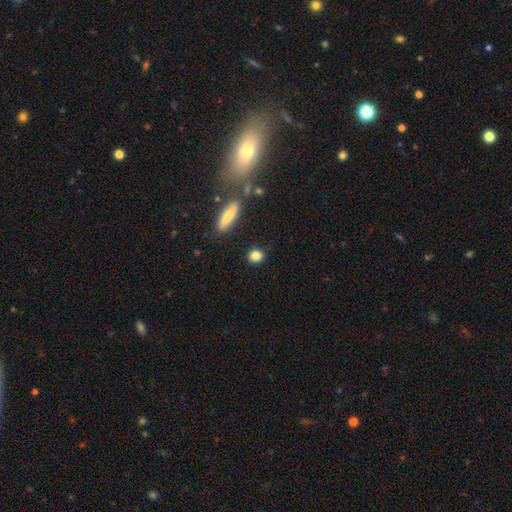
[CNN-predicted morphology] Smooth or featured?
  - smooth: 83% *
  - star or artifact: 10%
  - featured or disk: 7%
How rounded?
  - round: 60% *
  - in between: 36%
  - cigar-shaped: 5%
Merging?
  - none: 84% *
  - minor disturbance: 10%
  - merger: 3%
  - major disturbance: 3%